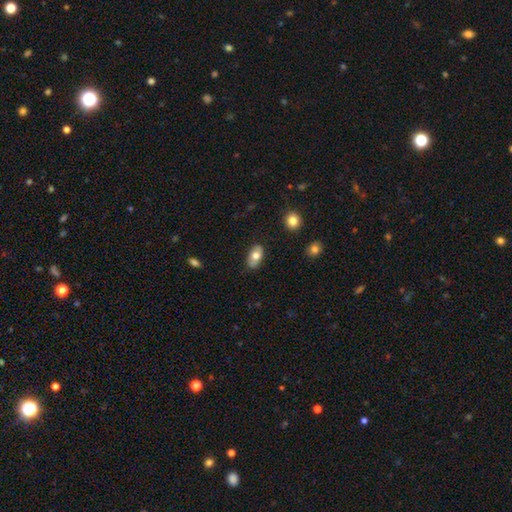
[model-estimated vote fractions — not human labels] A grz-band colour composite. It shows a smooth galaxy with no disk features (69%) that is in between round and cigar-shaped (91%). Merging: none (83%).